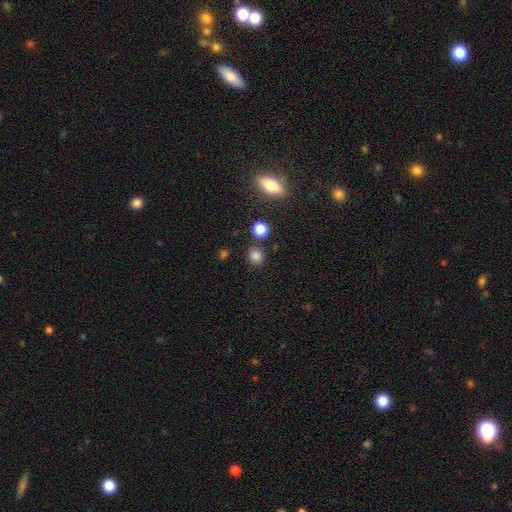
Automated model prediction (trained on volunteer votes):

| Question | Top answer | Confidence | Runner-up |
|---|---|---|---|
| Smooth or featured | smooth | 82% | star or artifact (13%) |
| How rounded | round | 82% | in between (17%) |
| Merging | none | 82% | minor disturbance (9%) |